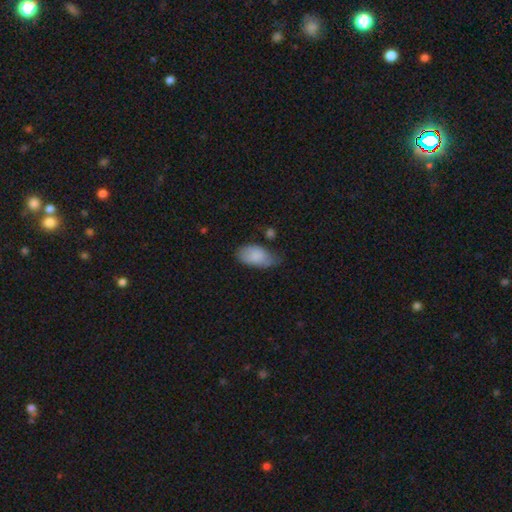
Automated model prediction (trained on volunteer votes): smooth_or_featured: smooth (p=0.83) [alt: featured or disk p=0.10]
how_rounded: in between (p=0.94) [alt: round p=0.04]
merging: none (p=0.45) [alt: minor disturbance p=0.41]